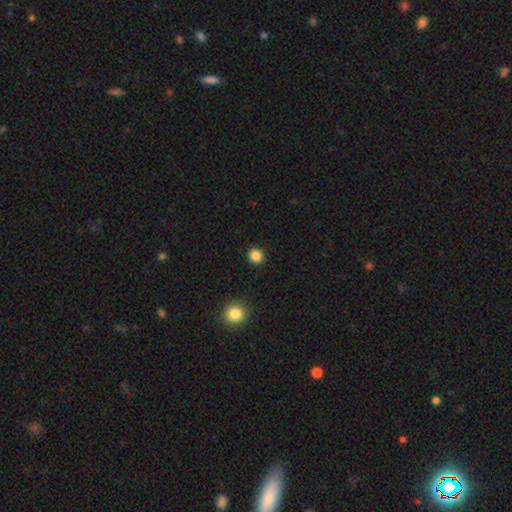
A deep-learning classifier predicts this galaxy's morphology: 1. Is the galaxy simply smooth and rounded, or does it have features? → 86% smooth, 11% star or artifact, 3% featured or disk.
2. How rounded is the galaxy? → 84% round, 15% in between, 1% cigar-shaped.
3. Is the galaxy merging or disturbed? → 92% none, 5% minor disturbance, 2% major disturbance, 1% merger.